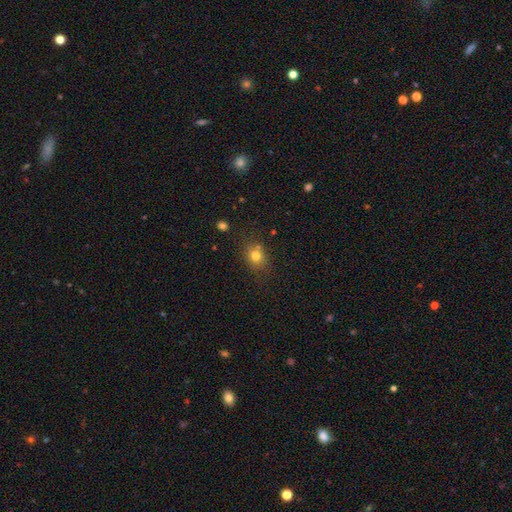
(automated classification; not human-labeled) Smooth or featured? Predicted: smooth (p=0.77). How rounded? Predicted: round (p=0.64). Merging? Predicted: none (p=0.73).